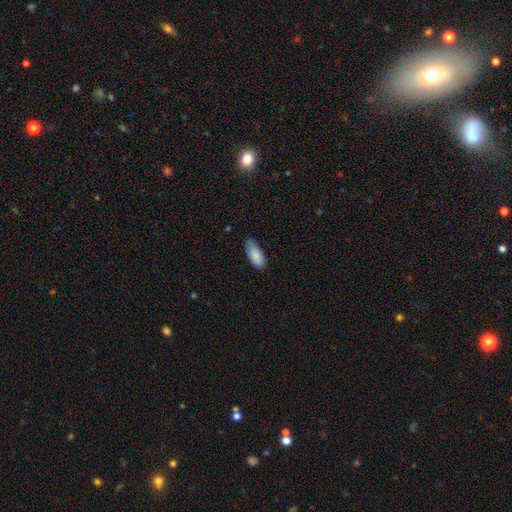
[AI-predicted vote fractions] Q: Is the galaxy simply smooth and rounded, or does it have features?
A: smooth — 87%.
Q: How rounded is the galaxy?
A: in between — 83%.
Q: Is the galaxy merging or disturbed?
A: none — 67%.